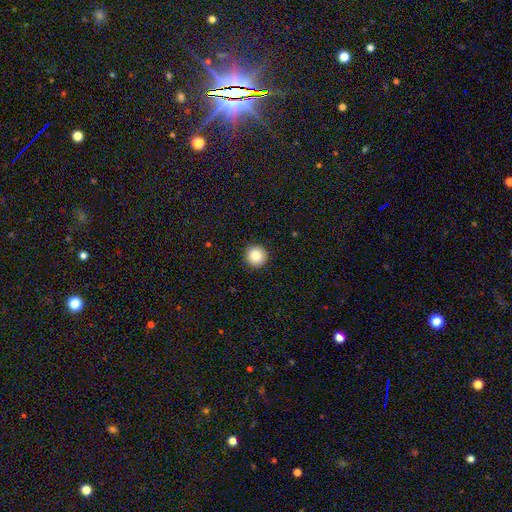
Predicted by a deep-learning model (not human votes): A smooth galaxy with no disk features (84%) that is round (96%).

Vote fractions:
- Smooth or featured? smooth: 84% / star or artifact: 10% / featured or disk: 7%
- How rounded? round: 96% / in between: 3% / cigar-shaped: 1%
- Merging? none: 93% / minor disturbance: 5% / major disturbance: 2% / merger: 1%